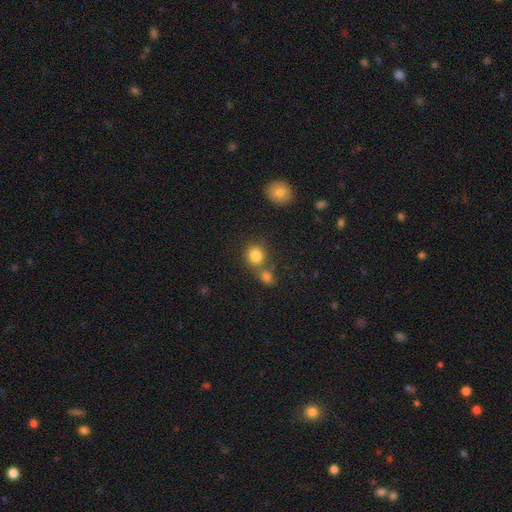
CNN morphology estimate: smooth 82%, star or artifact 11%, featured or disk 7%. Down the decision tree: how rounded — round (80%); merging — none (56%).